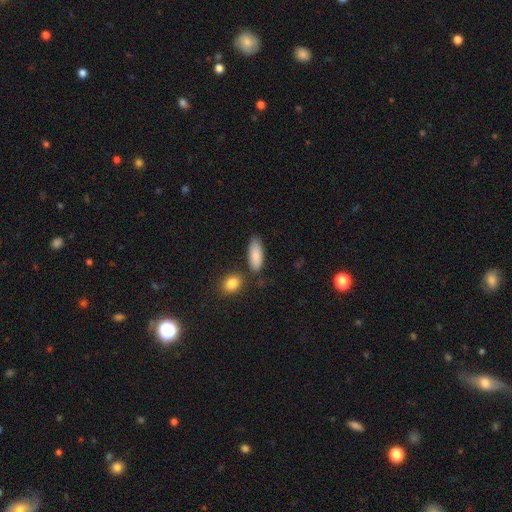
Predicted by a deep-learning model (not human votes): The model was most divided on "merging": none: 74%, minor disturbance: 14%, merger: 8%, major disturbance: 3%. More confident: smooth or featured — smooth (87%); how rounded — in between (79%).